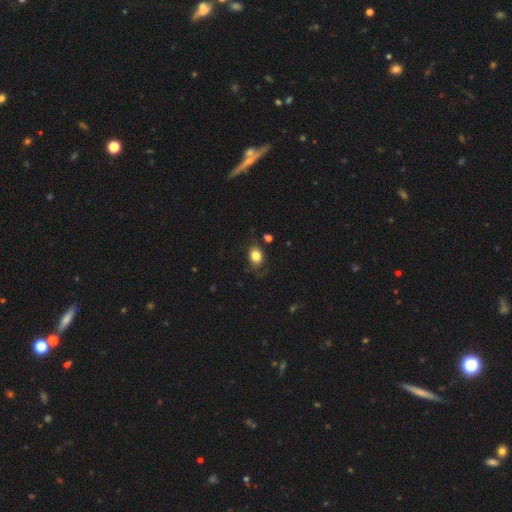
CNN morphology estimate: Smooth or featured: smooth — 80% (featured or disk — 10%)
How rounded: in between — 62% (round — 36%)
Merging: none — 69% (minor disturbance — 21%)